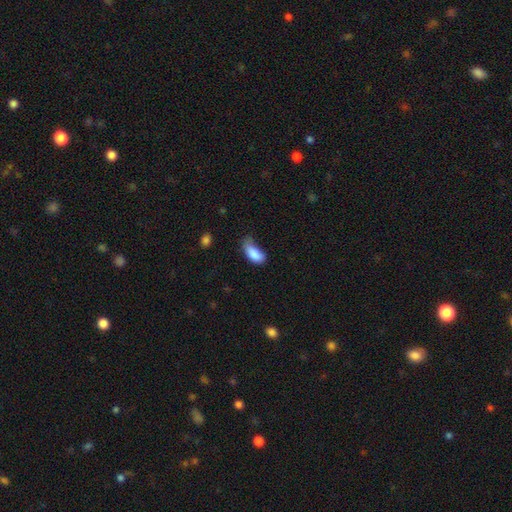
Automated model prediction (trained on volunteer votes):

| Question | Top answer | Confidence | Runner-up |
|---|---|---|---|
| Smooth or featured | smooth | 86% | star or artifact (7%) |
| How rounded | in between | 90% | cigar-shaped (7%) |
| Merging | minor disturbance | 43% | none (33%) |